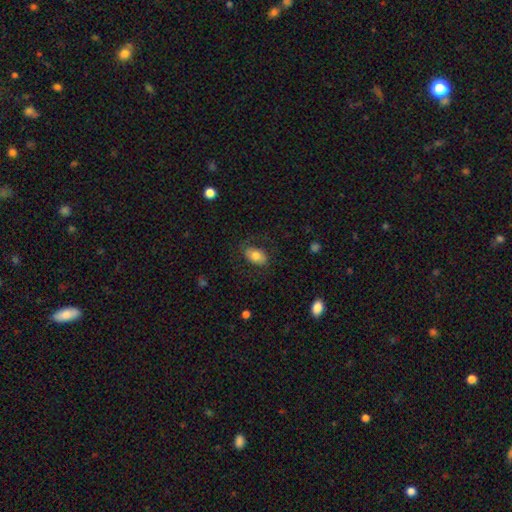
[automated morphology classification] A smooth galaxy with no disk features (76%) that is in between round and cigar-shaped (88%).

Vote fractions:
- Smooth or featured? smooth: 76% / featured or disk: 17% / star or artifact: 7%
- How rounded? in between: 88% / round: 10% / cigar-shaped: 1%
- Merging? none: 76% / minor disturbance: 15% / major disturbance: 7% / merger: 1%